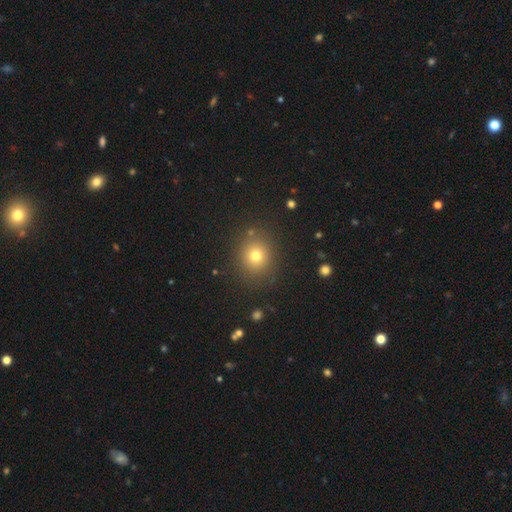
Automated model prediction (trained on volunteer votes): The model was most divided on "smooth or featured": smooth: 73%, star or artifact: 17%, featured or disk: 10%. More confident: merging — none (85%); how rounded — round (79%).